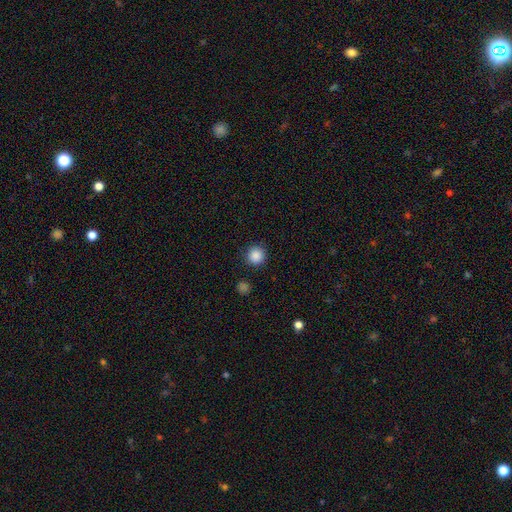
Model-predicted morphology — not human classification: Smooth or featured? Predicted: smooth (p=0.87). How rounded? Predicted: round (p=0.95). Merging? Predicted: none (p=0.90).